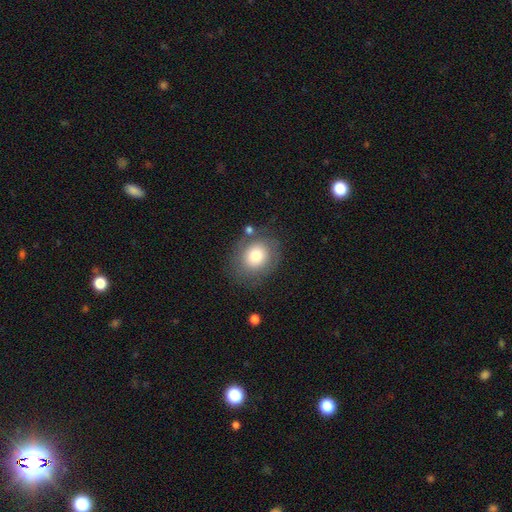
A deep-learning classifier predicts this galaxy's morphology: type=smooth (75%); roundness=round (62%); merging=none (75%).